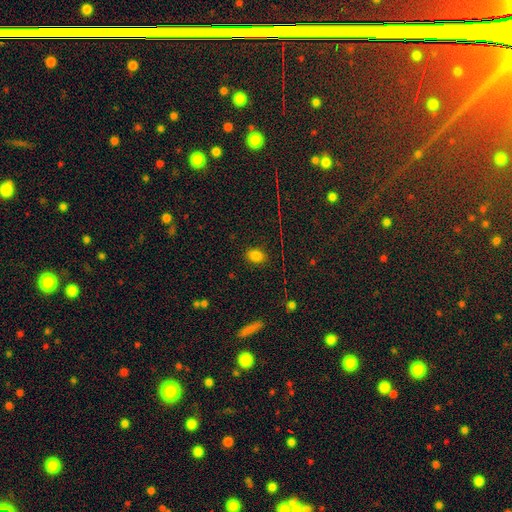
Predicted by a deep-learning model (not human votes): This appears to be a smooth galaxy with no disk features (79%) that is in between round and cigar-shaped (77%). Merging: none (86%).